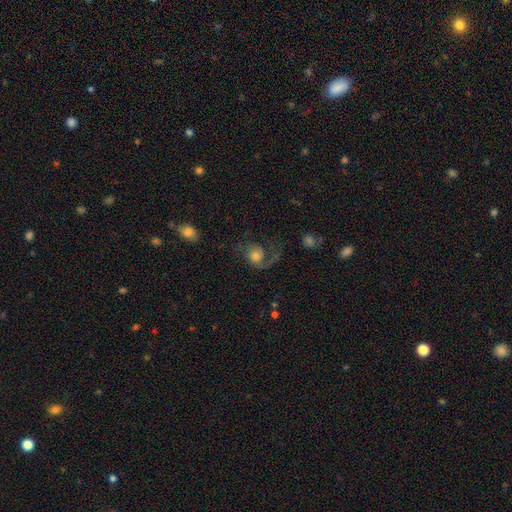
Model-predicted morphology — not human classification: A featured or disk galaxy (67%) with no bar (73%), 1 (51%) loose (53%) spiral arms (91%) and a moderate central bulge (46%). Merging: none (45%).